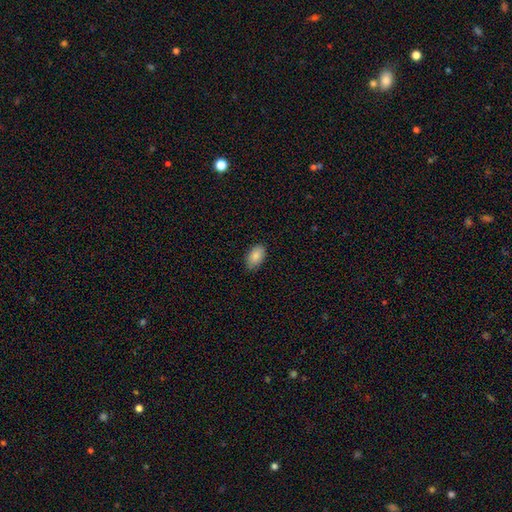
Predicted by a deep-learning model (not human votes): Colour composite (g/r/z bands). It shows a smooth galaxy with no disk features (87%) that is in between round and cigar-shaped (93%). Merging: none (84%).